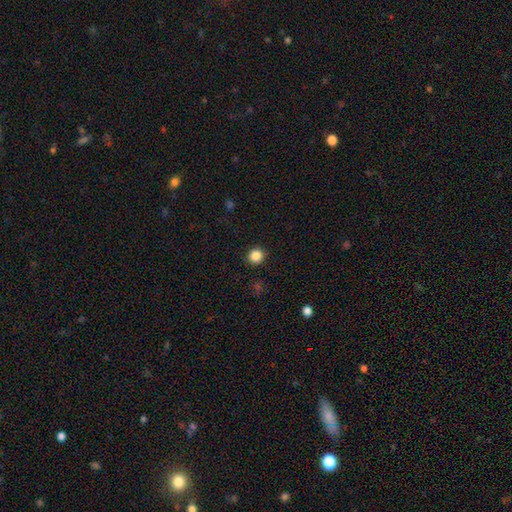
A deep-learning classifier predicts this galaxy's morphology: smooth 86%, star or artifact 11%, featured or disk 4%. Down the decision tree: how rounded — round (90%); merging — none (92%).